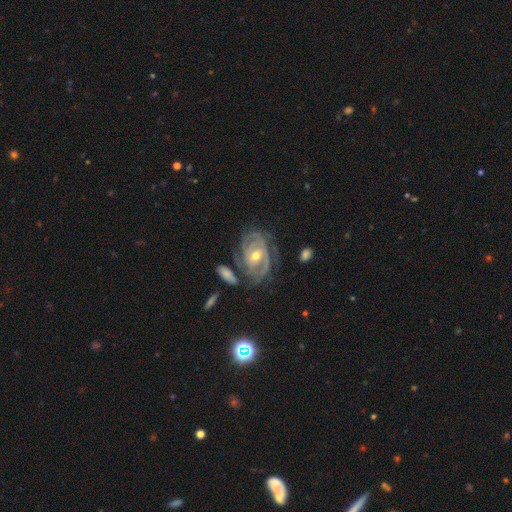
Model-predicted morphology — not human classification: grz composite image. It shows a featured or disk galaxy (86%) with no bar (51%), can't tell (30%, tied with 2) tight (65%) spiral arms (92%) and a moderate central bulge (61%). Merging: none (61%).